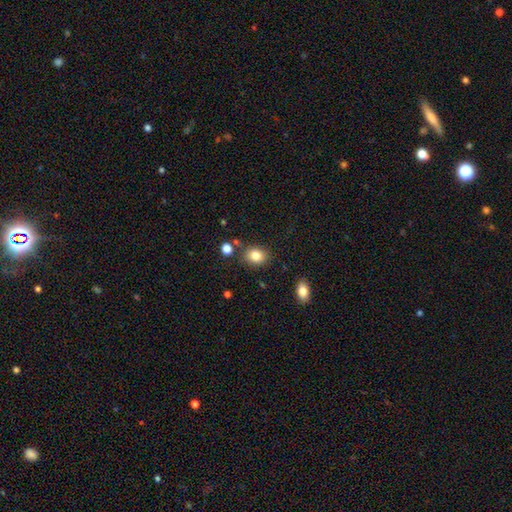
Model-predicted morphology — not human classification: smooth-or-featured: smooth: 83% | star or artifact: 10% | featured or disk: 7%
  how-rounded: in between: 50% | round: 49% | cigar-shaped: 1%
  merging: none: 80% | minor disturbance: 12% | merger: 5% | major disturbance: 3%